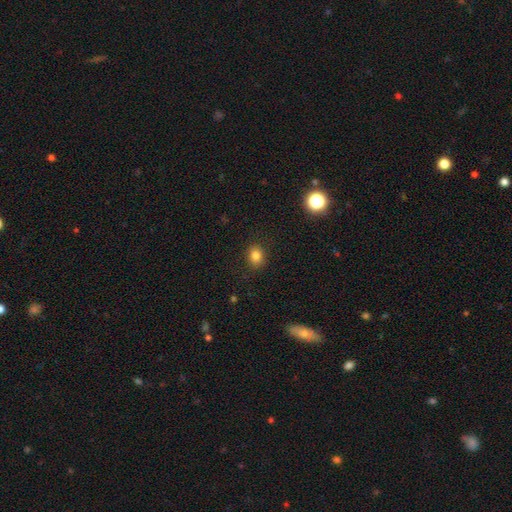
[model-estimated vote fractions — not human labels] This is clearly a smooth galaxy (82%). How rounded: possibly round (57%). Merging: clearly none (88%).